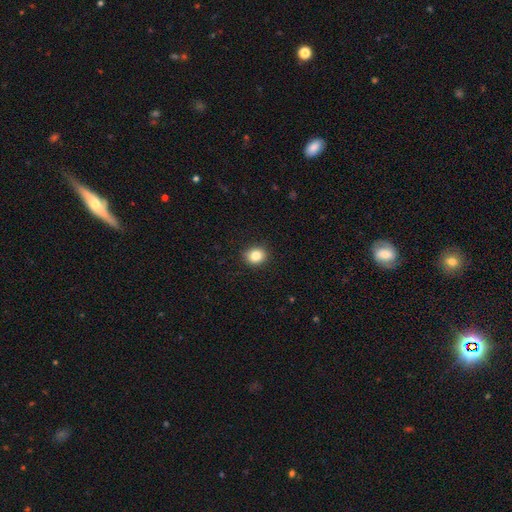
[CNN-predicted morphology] Overall: smooth (84%). How rounded: round (63%; in between 36%). Merging: none (89%).